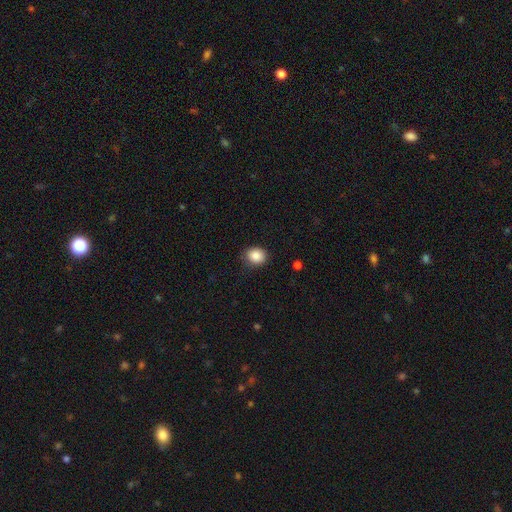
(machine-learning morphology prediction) smooth_or_featured: smooth (p=0.87) [alt: star or artifact p=0.09]
how_rounded: round (p=0.63) [alt: in between p=0.36]
merging: none (p=0.84) [alt: minor disturbance p=0.12]